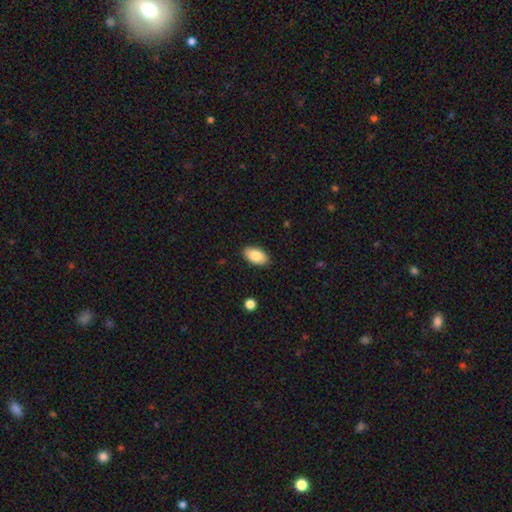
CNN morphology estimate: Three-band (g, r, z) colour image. It shows a smooth galaxy with no disk features (85%) that is in between round and cigar-shaped (94%). Merging: none (88%).